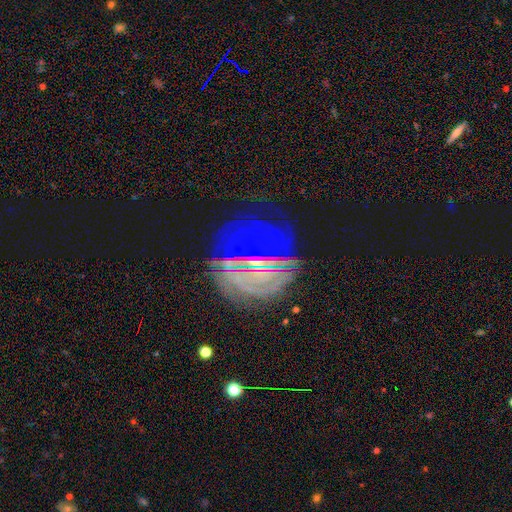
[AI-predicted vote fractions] Q: Smooth or featured?
A: featured or disk (43%); runner-up: star or artifact (40%)
Q: Merging?
A: none (66%); runner-up: minor disturbance (15%)